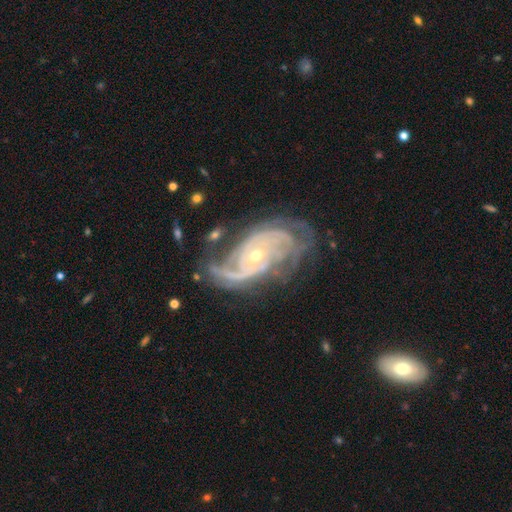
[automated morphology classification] The model was most divided on "spiral arm count": 2: 27%, 3: 23%, can't tell: 22%, 4: 13%, more than 4: 8%, 1: 7%. More confident: spiral arms — yes (97%); edge-on disk — no (96%); smooth or featured — featured or disk (91%); bar — no (68%); bulge size — small (64%); spiral winding — tight (62%); merging — none (59%).